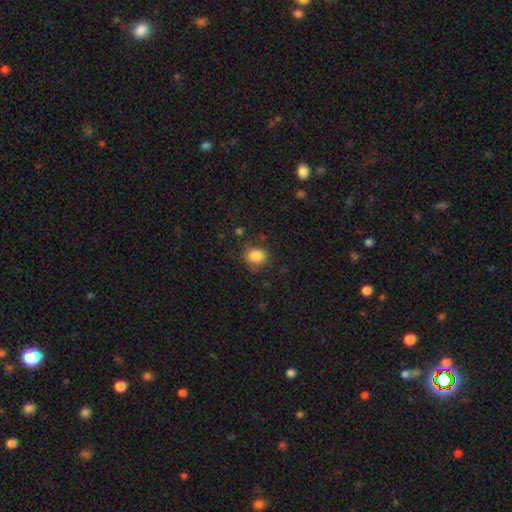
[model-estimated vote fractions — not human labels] Smooth or featured? Predicted: smooth (p=0.86). How rounded? Predicted: round (p=0.66). Merging? Predicted: none (p=0.78).